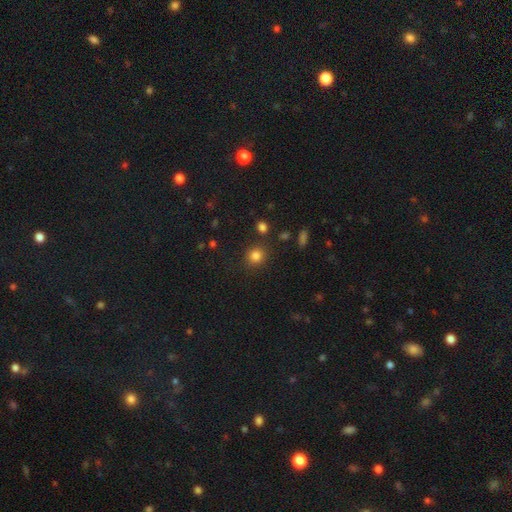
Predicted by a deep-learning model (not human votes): Smooth or featured?
  - smooth: 83% *
  - star or artifact: 12%
  - featured or disk: 5%
How rounded?
  - round: 85% *
  - in between: 14%
  - cigar-shaped: 1%
Merging?
  - none: 85% *
  - minor disturbance: 8%
  - merger: 4%
  - major disturbance: 3%